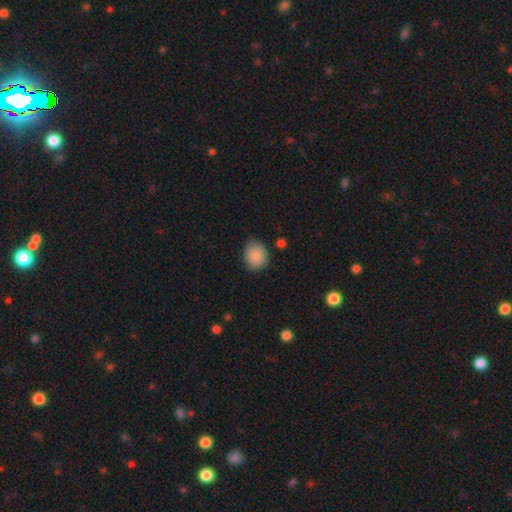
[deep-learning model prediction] Q: Smooth or featured?
A: smooth (88%); runner-up: star or artifact (8%)
Q: How rounded?
A: round (60%); runner-up: in between (39%)
Q: Merging?
A: none (78%); runner-up: minor disturbance (17%)